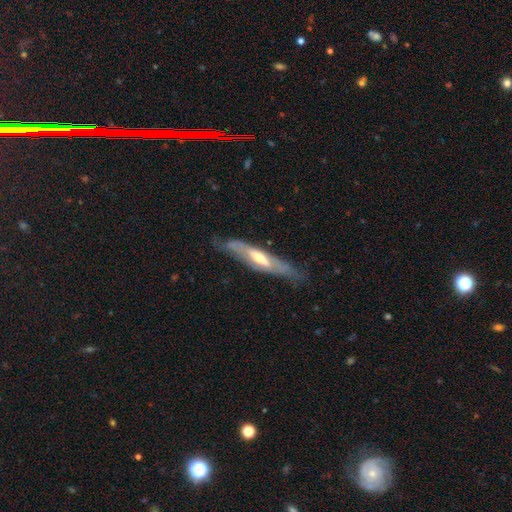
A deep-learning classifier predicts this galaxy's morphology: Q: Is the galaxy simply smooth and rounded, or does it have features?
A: featured or disk — 69%.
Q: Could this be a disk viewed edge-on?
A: yes — 62%.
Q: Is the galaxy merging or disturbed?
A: none — 73%.